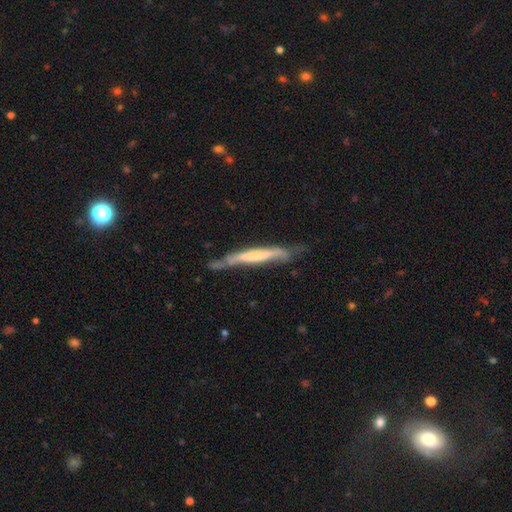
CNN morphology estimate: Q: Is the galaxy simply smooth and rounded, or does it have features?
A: featured or disk — 57%.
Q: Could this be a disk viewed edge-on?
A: yes — 85%.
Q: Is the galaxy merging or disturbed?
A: none — 56%.